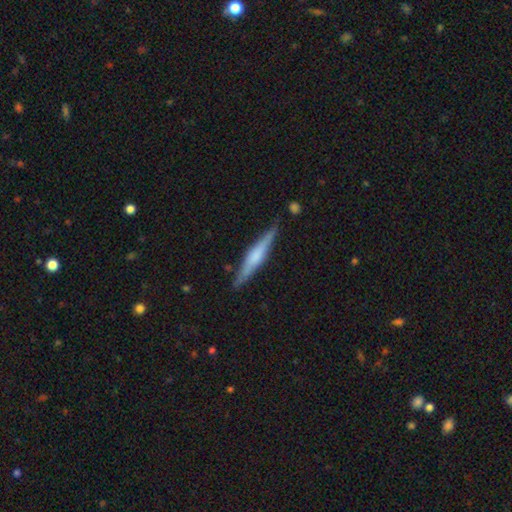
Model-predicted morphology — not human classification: A featured or disk galaxy (58%) viewed edge-on (97%) with a rounded central bulge (58%).

Vote fractions:
- Smooth or featured? featured or disk: 58% / smooth: 36% / star or artifact: 6%
- Edge-on disk? yes: 97% / no: 3%
- Edge-on bulge? rounded: 58% / boxy: 24% / none: 18%
- Merging? none: 86% / minor disturbance: 10% / major disturbance: 2% / merger: 2%